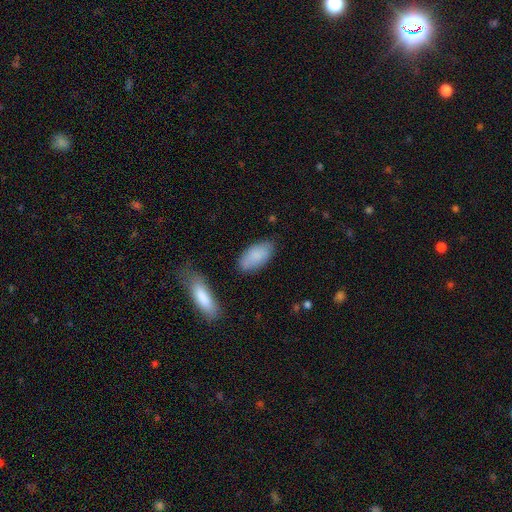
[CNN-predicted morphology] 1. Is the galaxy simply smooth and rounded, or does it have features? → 85% smooth, 9% featured or disk, 6% star or artifact.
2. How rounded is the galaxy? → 92% in between, 6% cigar-shaped, 2% round.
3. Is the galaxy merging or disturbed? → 75% none, 17% minor disturbance, 4% merger, 4% major disturbance.